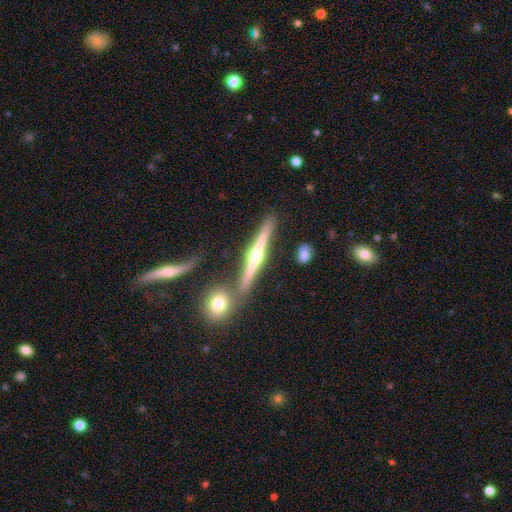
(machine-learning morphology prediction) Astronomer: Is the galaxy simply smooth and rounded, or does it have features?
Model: featured or disk — 81%.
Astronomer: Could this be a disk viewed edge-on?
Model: yes — 98%.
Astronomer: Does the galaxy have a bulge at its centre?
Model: rounded — 93%.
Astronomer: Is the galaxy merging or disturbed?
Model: none — 79%.